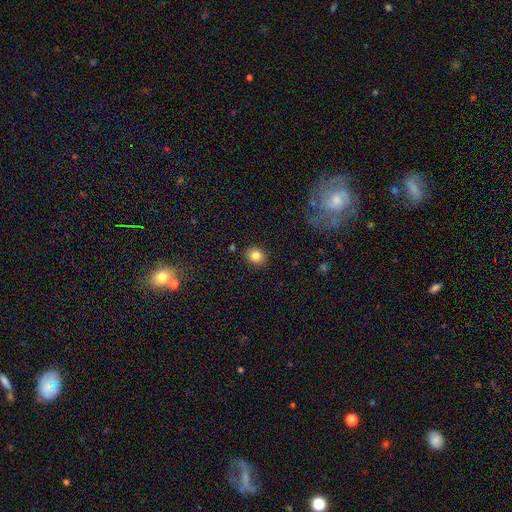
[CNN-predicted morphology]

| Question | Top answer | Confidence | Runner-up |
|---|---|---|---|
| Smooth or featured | smooth | 82% | star or artifact (11%) |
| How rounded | round | 74% | in between (25%) |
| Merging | none | 89% | minor disturbance (7%) |